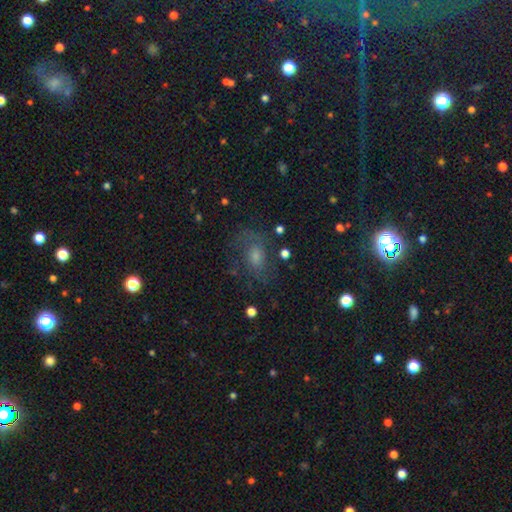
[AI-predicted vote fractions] Smooth or featured: featured or disk — 46% (smooth — 33%)
Merging: none — 62% (minor disturbance — 19%)